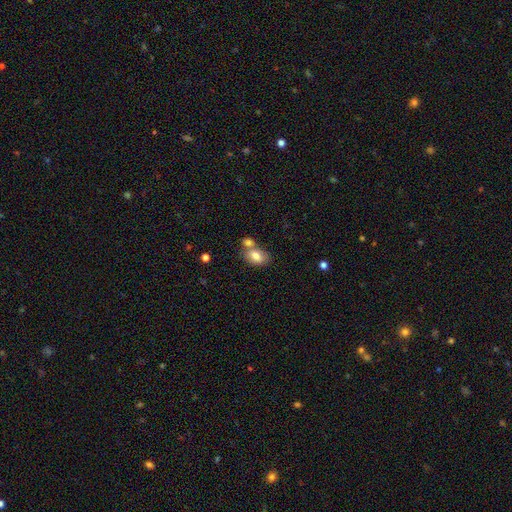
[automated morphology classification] smooth_or_featured: smooth (p=0.79) [alt: featured or disk p=0.13]
how_rounded: in between (p=0.84) [alt: round p=0.15]
merging: none (p=0.45) [alt: merger p=0.39]